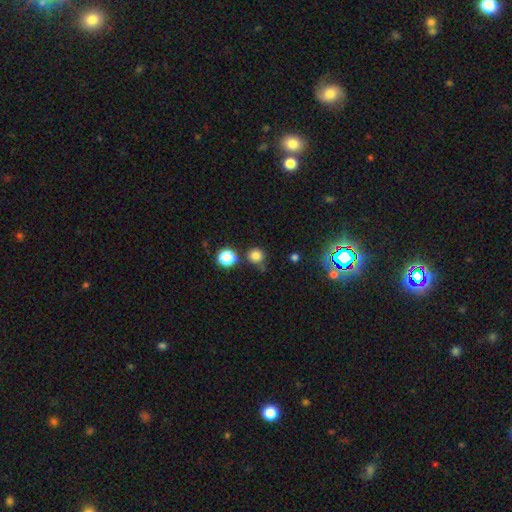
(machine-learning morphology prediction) Q: Smooth or featured?
A: smooth (79%); runner-up: star or artifact (16%)
Q: How rounded?
A: round (91%); runner-up: in between (8%)
Q: Merging?
A: none (72%); runner-up: minor disturbance (15%)